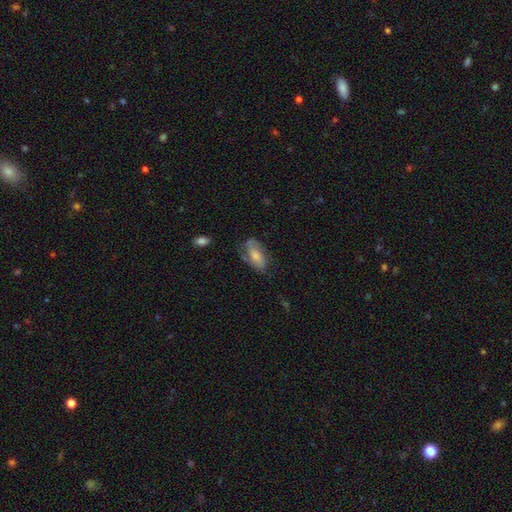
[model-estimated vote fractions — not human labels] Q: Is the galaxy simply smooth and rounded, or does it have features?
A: smooth — 48%.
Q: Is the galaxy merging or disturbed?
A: none — 51%.